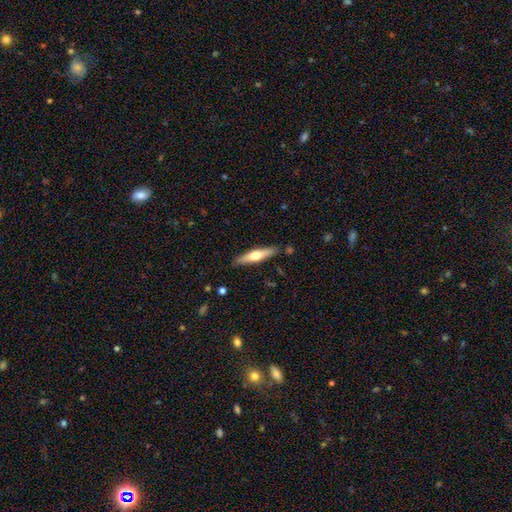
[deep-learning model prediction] Q: Smooth or featured?
A: smooth (50%); runner-up: featured or disk (45%)
Q: How rounded?
A: cigar-shaped (79%); runner-up: in between (20%)
Q: Merging?
A: none (88%); runner-up: minor disturbance (9%)